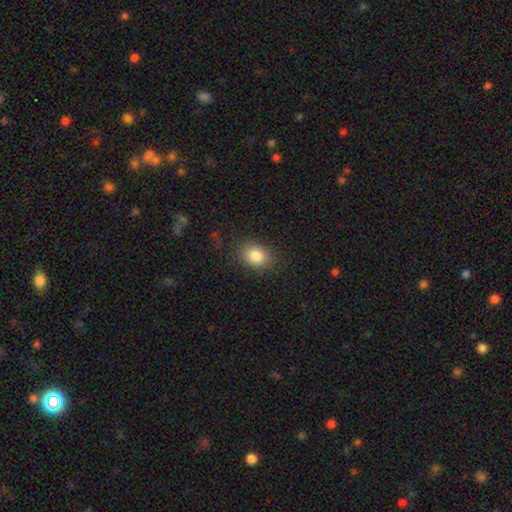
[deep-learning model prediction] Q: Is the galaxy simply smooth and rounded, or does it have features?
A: smooth — 84%.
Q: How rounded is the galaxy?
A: in between — 60%.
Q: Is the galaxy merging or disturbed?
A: none — 82%.